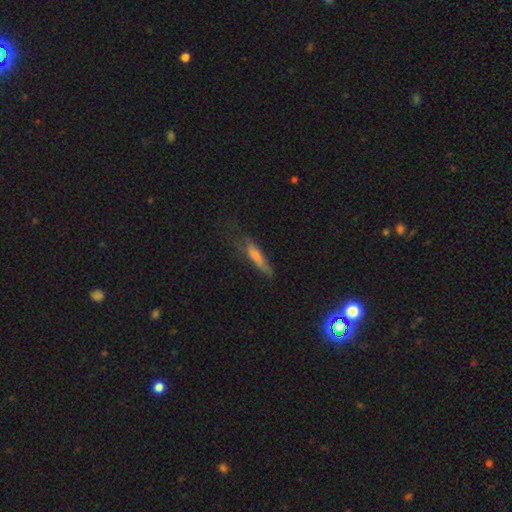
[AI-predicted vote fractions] Overall: smooth (63%; featured or disk 26%). How rounded: cigar-shaped (81%). Merging: none (54%; minor disturbance 29%).